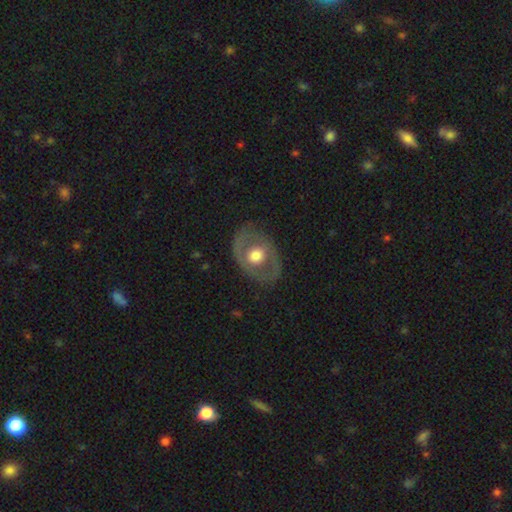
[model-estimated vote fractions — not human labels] featured or disk 56%, smooth 39%, star or artifact 5%. Down the decision tree: edge-on disk — no (93%); bar — no (82%); spiral arms — no (78%); bulge size — moderate (54%); merging — none (76%).